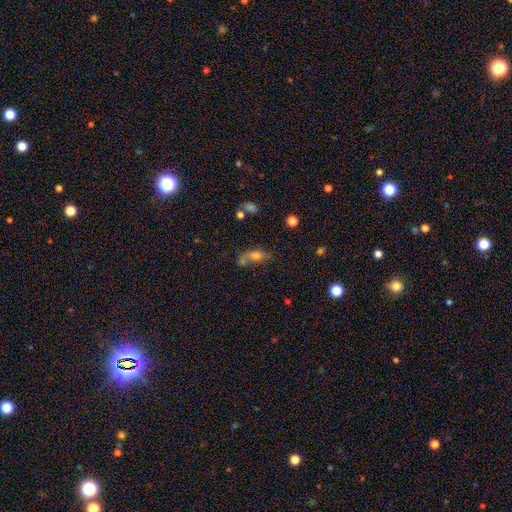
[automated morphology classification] smooth 62%, featured or disk 25%, star or artifact 13%. Down the decision tree: how rounded — in between (73%); merging — none (32%).